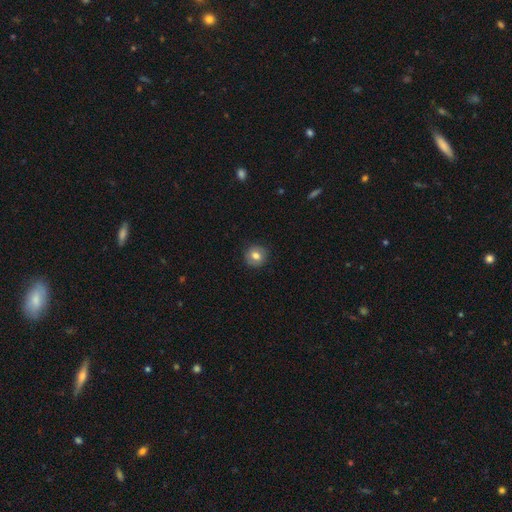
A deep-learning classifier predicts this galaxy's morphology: Smooth or featured?
  - smooth: 74% *
  - featured or disk: 16%
  - star or artifact: 9%
How rounded?
  - round: 86% *
  - in between: 13%
  - cigar-shaped: 1%
Merging?
  - none: 88% *
  - minor disturbance: 9%
  - major disturbance: 2%
  - merger: 1%